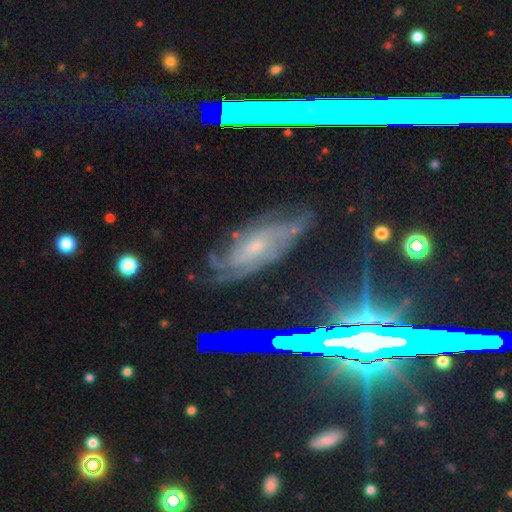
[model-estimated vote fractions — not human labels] smooth_or_featured: featured or disk (p=0.59) [alt: star or artifact p=0.24]
disk_edge_on: no (p=0.74) [alt: yes p=0.26]
merging: none (p=0.74) [alt: minor disturbance p=0.17]